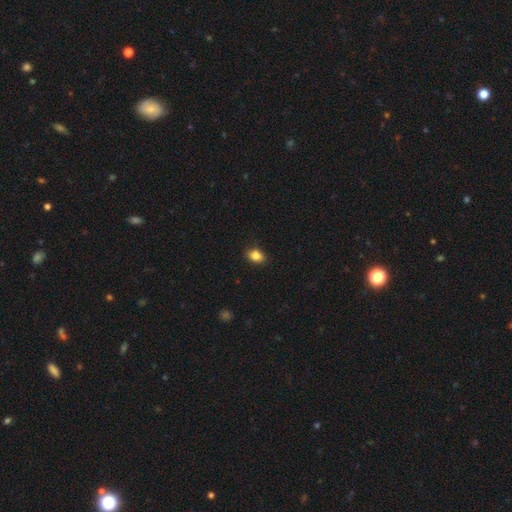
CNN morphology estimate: Overall: smooth (86%). How rounded: in between (70%). Merging: none (85%).